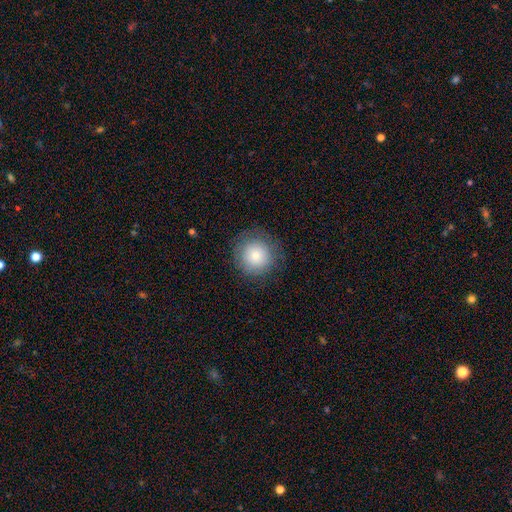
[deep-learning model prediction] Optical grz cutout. It shows a smooth galaxy with no disk features (79%) that is round (94%). Merging: none (83%).